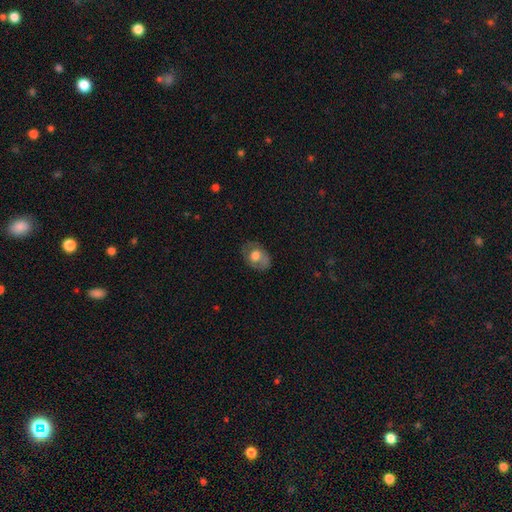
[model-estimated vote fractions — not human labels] Morphology: type=smooth (57%); roundness=in between (68%); merging=none (69%).